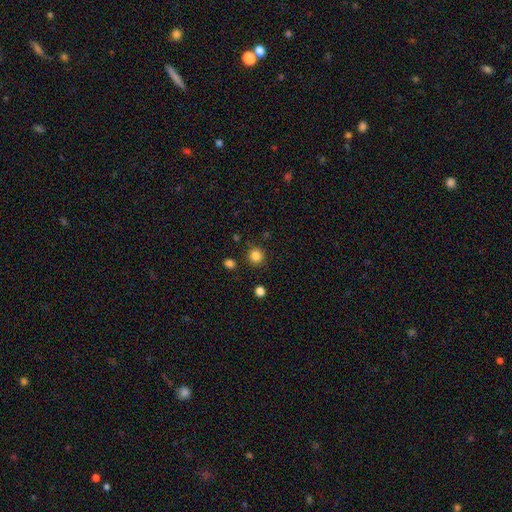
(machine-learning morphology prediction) A smooth galaxy with no disk features (84%) that is round (93%). Merging: none (88%).